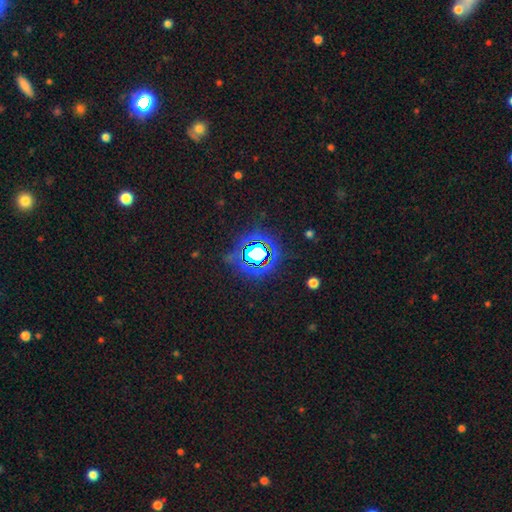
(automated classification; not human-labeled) Smooth or featured? Predicted: star or artifact (p=0.82).